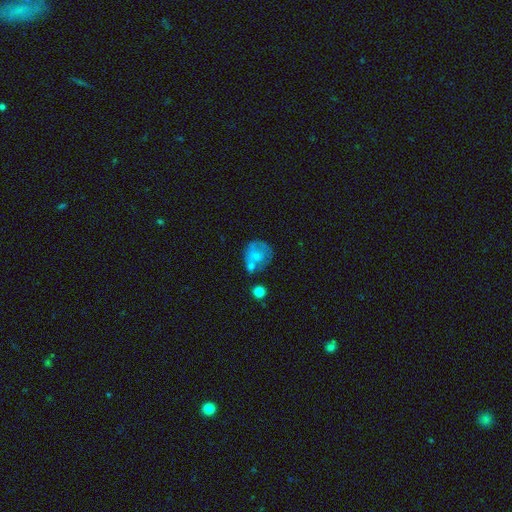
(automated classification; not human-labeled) smooth-or-featured: smooth: 59% | featured or disk: 32% | star or artifact: 9%
  how-rounded: round: 75% | in between: 24% | cigar-shaped: 1%
  merging: none: 42% | minor disturbance: 22% | merger: 22% | major disturbance: 14%